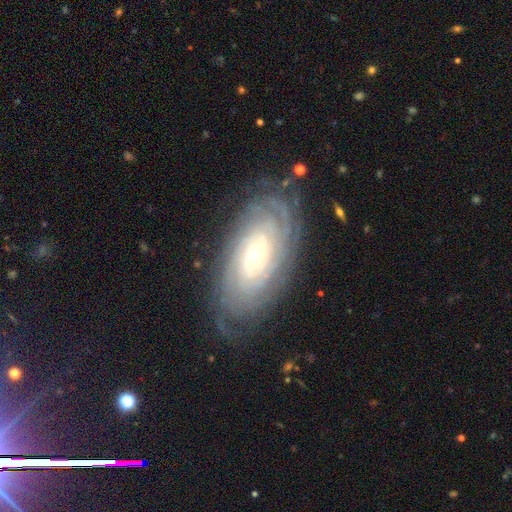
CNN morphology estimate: smooth_or_featured: featured or disk (p=0.83) [alt: smooth p=0.11]
disk_edge_on: no (p=0.94) [alt: yes p=0.06]
bar: no (p=0.71) [alt: weak p=0.22]
has_spiral_arms: yes (p=0.96) [alt: no p=0.04]
spiral_winding: tight (p=0.83) [alt: medium p=0.14]
spiral_arm_count: can't tell (p=0.40) [alt: more than 4 p=0.18]
bulge_size: small (p=0.67) [alt: moderate p=0.27]
merging: none (p=0.78) [alt: minor disturbance p=0.15]